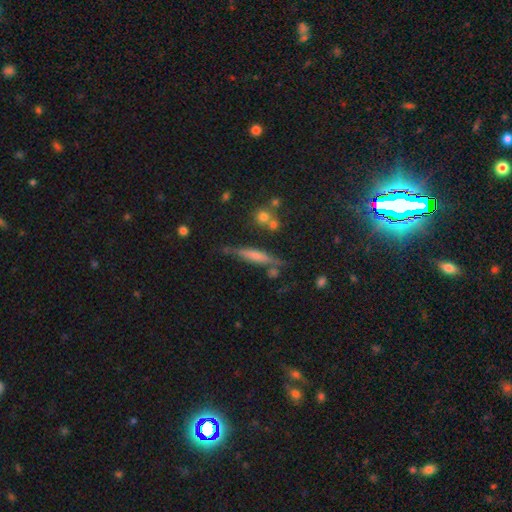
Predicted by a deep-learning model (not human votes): Morphology: type=smooth (48%); merging=none (71%).